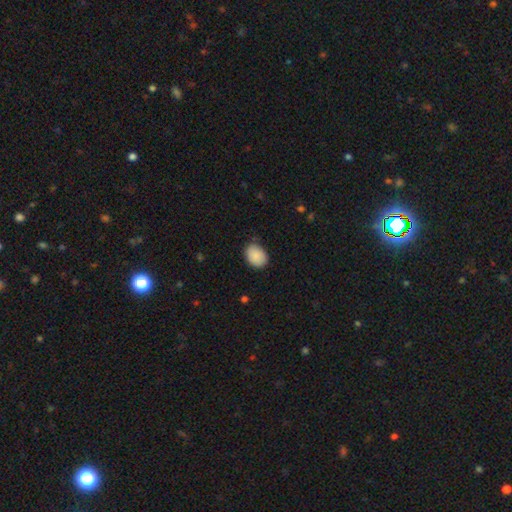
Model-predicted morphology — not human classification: This appears to be a smooth galaxy with no disk features (89%) that is in between round and cigar-shaped (66%). Merging: none (78%).